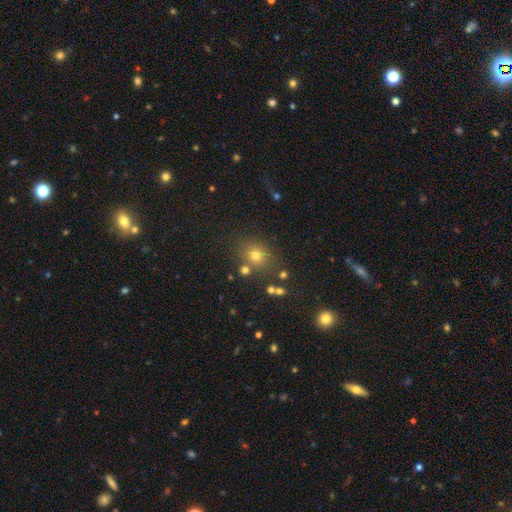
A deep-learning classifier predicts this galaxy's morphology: smooth_or_featured: smooth (p=0.69) [alt: star or artifact p=0.22]
how_rounded: round (p=0.70) [alt: in between p=0.29]
merging: none (p=0.75) [alt: minor disturbance p=0.11]